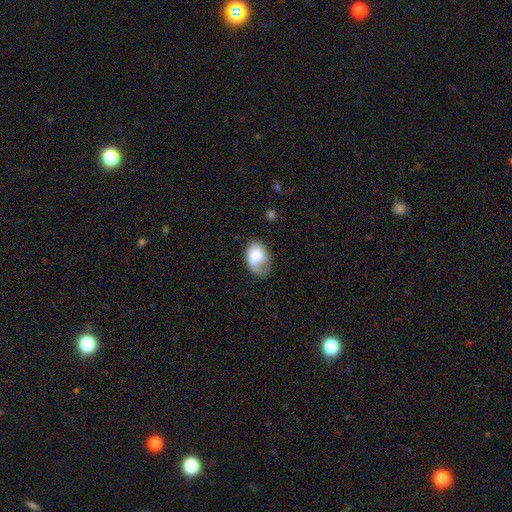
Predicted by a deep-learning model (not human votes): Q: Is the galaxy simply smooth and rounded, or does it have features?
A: smooth — 73%.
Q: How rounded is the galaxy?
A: in between — 82%.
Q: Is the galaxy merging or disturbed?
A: none — 36%.